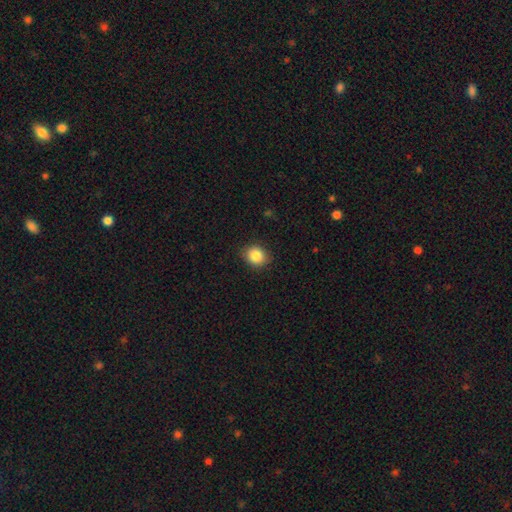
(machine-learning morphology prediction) Smooth or featured? Predicted: smooth (p=0.86). How rounded? Predicted: round (p=0.65). Merging? Predicted: none (p=0.87).